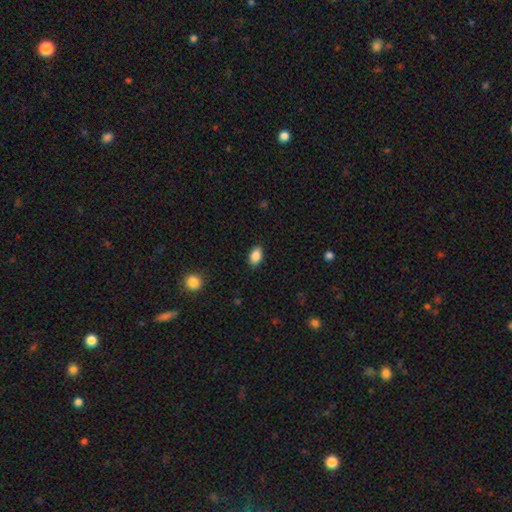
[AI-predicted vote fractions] smooth 88%, star or artifact 8%, featured or disk 4%. Down the decision tree: how rounded — in between (89%); merging — none (87%).